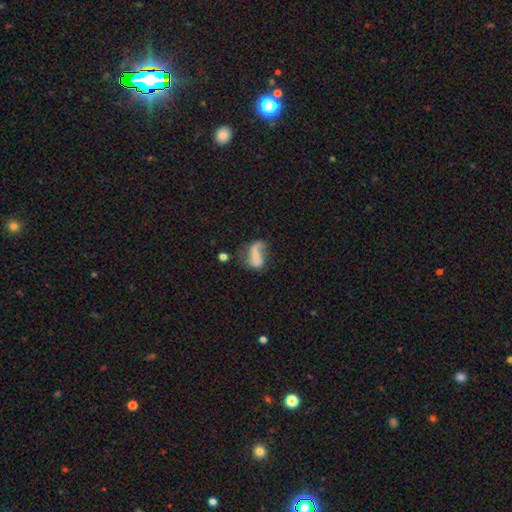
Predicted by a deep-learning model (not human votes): featured or disk 54%, smooth 36%, star or artifact 10%. Down the decision tree: edge-on disk — no (97%); bar — no (57%); spiral arms — yes (72%); bulge size — none (44%); merging — major disturbance (37%).